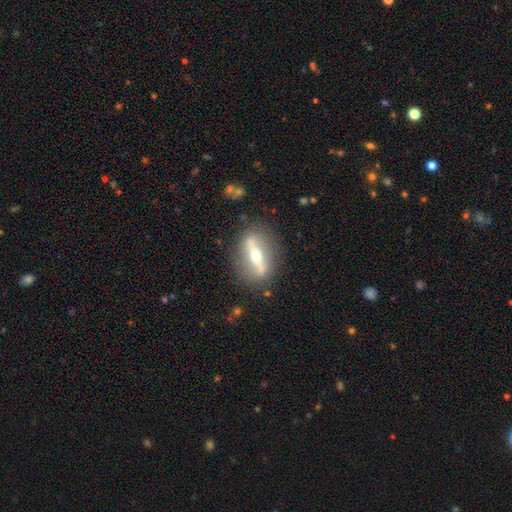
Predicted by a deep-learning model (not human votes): Smooth or featured?
  - featured or disk: 75% *
  - smooth: 18%
  - star or artifact: 7%
Edge-on disk?
  - yes: 62% *
  - no: 38%
Merging?
  - none: 83% *
  - minor disturbance: 10%
  - major disturbance: 5%
  - merger: 2%